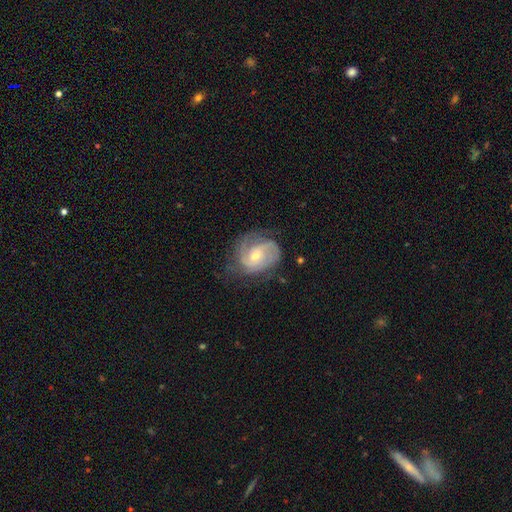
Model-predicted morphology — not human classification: This appears to be a featured or disk galaxy (83%) with no bar (54%), 2 (51%) tight (44%) spiral arms (95%) and a moderate central bulge (49%). Merging: none (66%).